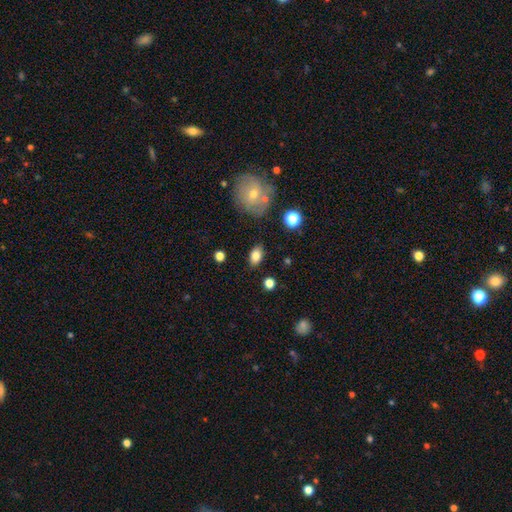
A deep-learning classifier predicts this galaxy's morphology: Smooth or featured? smooth (81%)
How rounded? in between (85%)
Merging? none (84%)